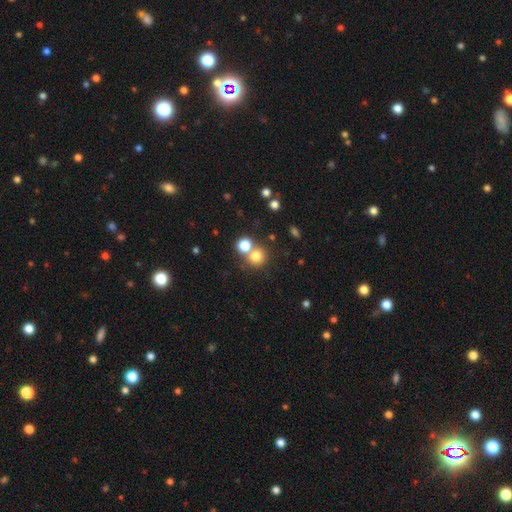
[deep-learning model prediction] Smooth or featured? Predicted: smooth (p=0.76). How rounded? Predicted: round (p=0.87). Merging? Predicted: none (p=0.55).